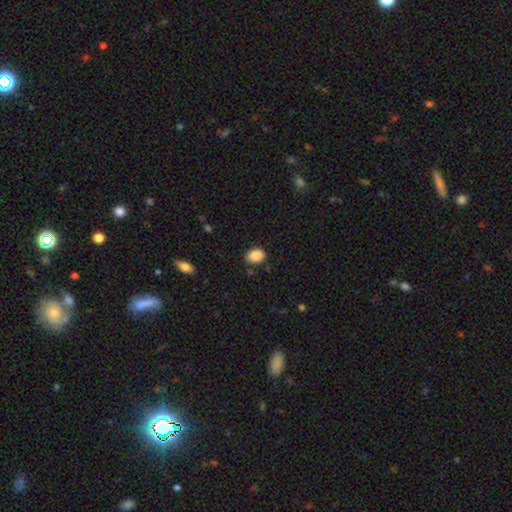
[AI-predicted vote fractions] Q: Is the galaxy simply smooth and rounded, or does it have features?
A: smooth — 88%.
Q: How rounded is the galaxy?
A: in between — 64%.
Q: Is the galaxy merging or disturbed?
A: none — 85%.